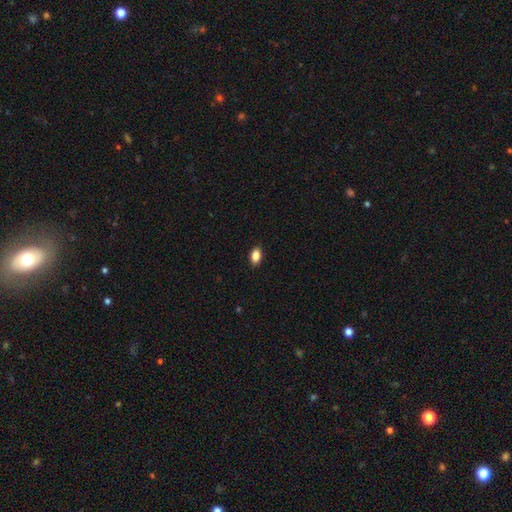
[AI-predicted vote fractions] A smooth galaxy with no disk features (87%) that is in between round and cigar-shaped (89%). Merging: none (89%).